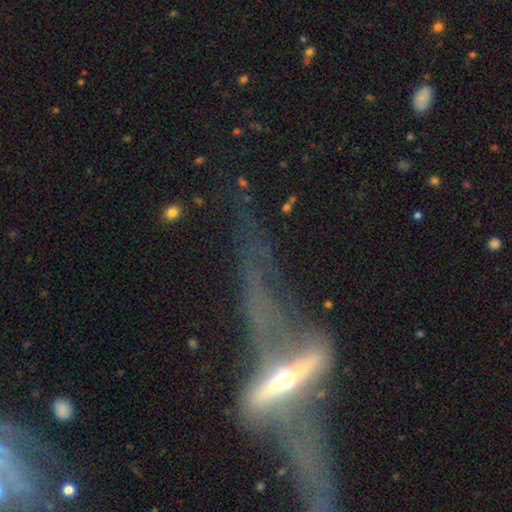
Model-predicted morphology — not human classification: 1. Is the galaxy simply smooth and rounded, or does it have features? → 76% featured or disk, 14% smooth, 10% star or artifact.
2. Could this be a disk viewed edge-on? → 65% yes, 35% no.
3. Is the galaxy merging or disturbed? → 41% major disturbance, 30% none, 15% minor disturbance, 13% merger.